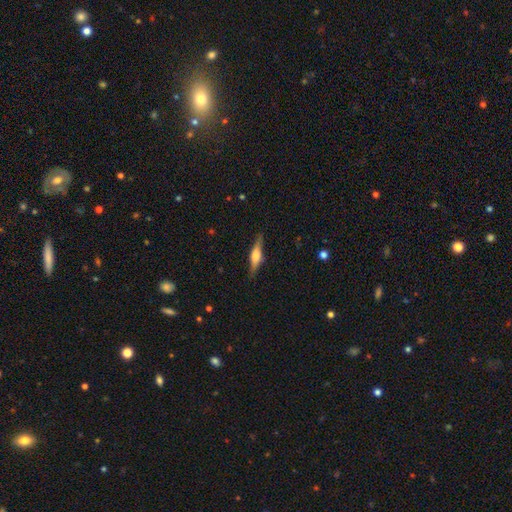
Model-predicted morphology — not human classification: A featured or disk galaxy (67%) viewed edge-on (96%) with a rounded central bulge (87%).

Vote fractions:
- Smooth or featured? featured or disk: 67% / smooth: 27% / star or artifact: 6%
- Edge-on disk? yes: 96% / no: 4%
- Edge-on bulge? rounded: 87% / boxy: 11% / none: 2%
- Merging? none: 86% / minor disturbance: 11% / major disturbance: 2% / merger: 1%